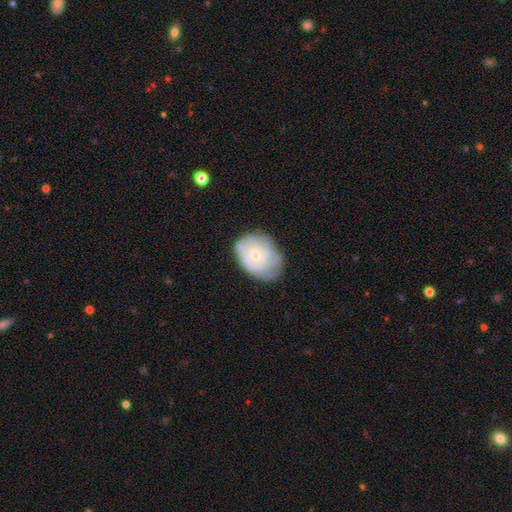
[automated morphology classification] smooth-or-featured: featured or disk: 73% | smooth: 20% | star or artifact: 7%
  disk-edge-on: no: 97% | yes: 3%
    bar: no: 75% | weak: 22% | strong: 3%
    has-spiral-arms: yes: 90% | no: 10%
      spiral-winding: tight: 68% | medium: 25% | loose: 7%
      spiral-arm-count: can't tell: 43% | 3: 20% | 4: 15% | 2: 12% | more than 4: 6% | 1: 5%
    bulge-size: small: 72% | moderate: 22% | none: 3% | large: 1% | dominant: 1%
  merging: none: 61% | minor disturbance: 26% | major disturbance: 10% | merger: 2%